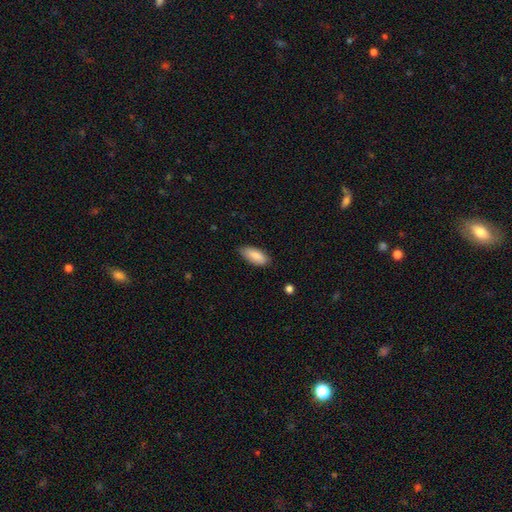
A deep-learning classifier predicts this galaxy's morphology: smooth_or_featured: smooth (p=0.85) [alt: featured or disk p=0.09]
how_rounded: in between (p=0.86) [alt: cigar-shaped p=0.12]
merging: none (p=0.78) [alt: minor disturbance p=0.18]